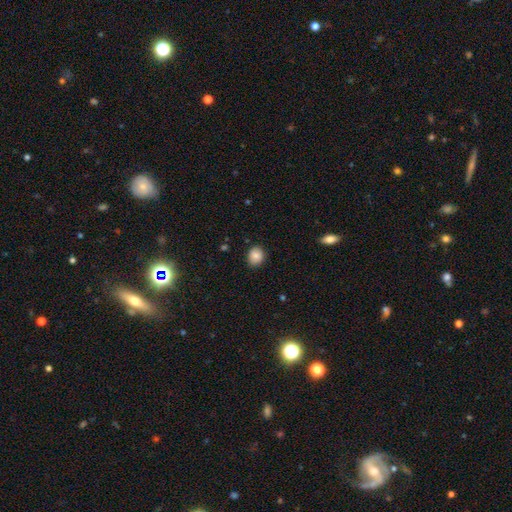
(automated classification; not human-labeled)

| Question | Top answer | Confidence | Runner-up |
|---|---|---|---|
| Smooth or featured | smooth | 85% | star or artifact (9%) |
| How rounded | round | 62% | in between (37%) |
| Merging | none | 85% | minor disturbance (11%) |